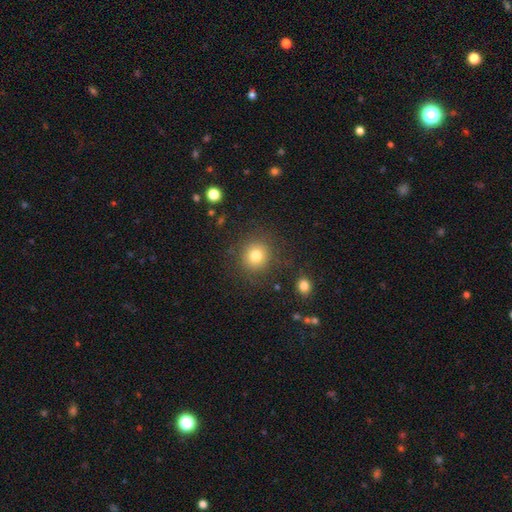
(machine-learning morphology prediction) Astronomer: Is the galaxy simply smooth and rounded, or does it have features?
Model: smooth — 79%.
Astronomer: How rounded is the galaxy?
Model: round — 90%.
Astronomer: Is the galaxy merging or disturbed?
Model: none — 85%.